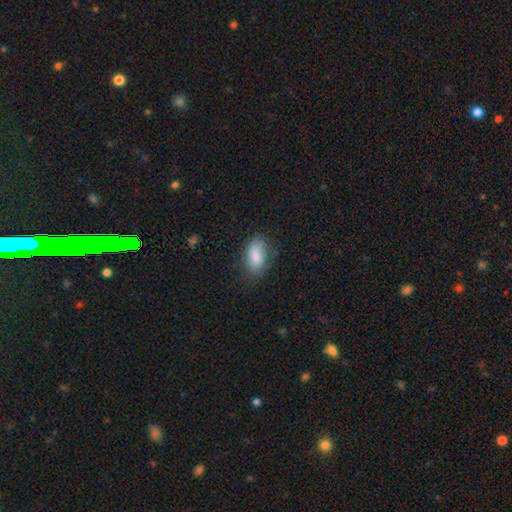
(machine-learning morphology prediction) smooth 82%, featured or disk 11%, star or artifact 7%. Down the decision tree: how rounded — in between (92%); merging — none (68%).